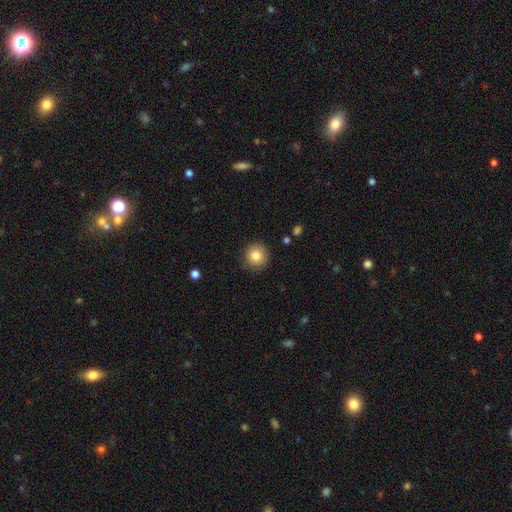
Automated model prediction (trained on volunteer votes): Smooth or featured?
  - smooth: 83% *
  - star or artifact: 10%
  - featured or disk: 7%
How rounded?
  - round: 93% *
  - in between: 6%
  - cigar-shaped: 1%
Merging?
  - none: 85% *
  - minor disturbance: 11%
  - major disturbance: 3%
  - merger: 1%